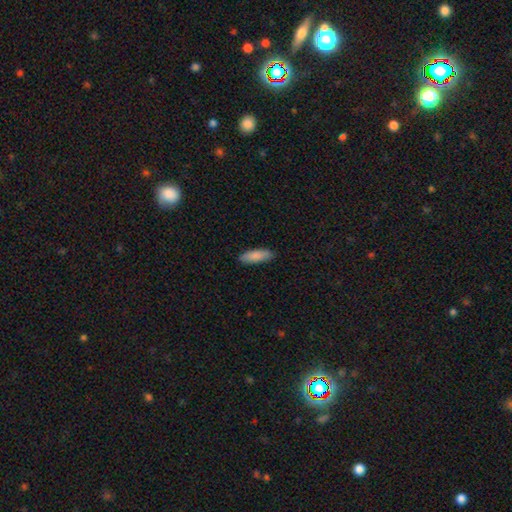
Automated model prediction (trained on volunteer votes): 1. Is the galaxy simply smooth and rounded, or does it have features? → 87% smooth, 7% featured or disk, 6% star or artifact.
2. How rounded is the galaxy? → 57% in between, 41% cigar-shaped, 2% round.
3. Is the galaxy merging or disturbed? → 88% none, 9% minor disturbance, 2% major disturbance, 1% merger.